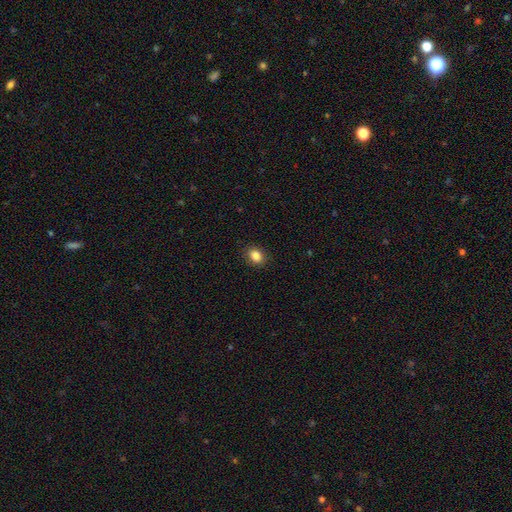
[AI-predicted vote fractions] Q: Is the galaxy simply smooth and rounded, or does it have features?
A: smooth — 85%.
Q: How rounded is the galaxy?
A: in between — 64%.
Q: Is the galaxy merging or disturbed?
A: none — 89%.